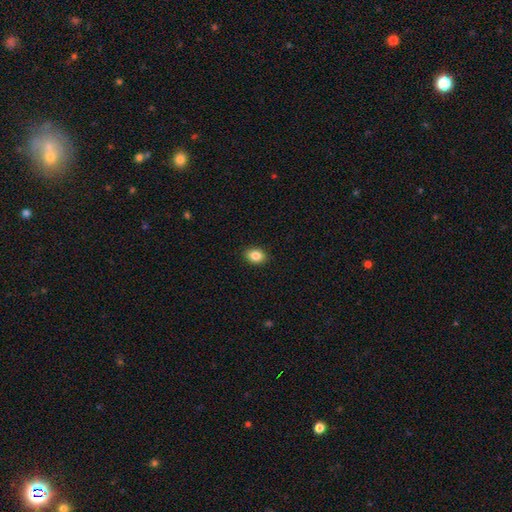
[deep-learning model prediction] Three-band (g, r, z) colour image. It shows a smooth galaxy with no disk features (85%) that is in between round and cigar-shaped (69%). Merging: none (90%).